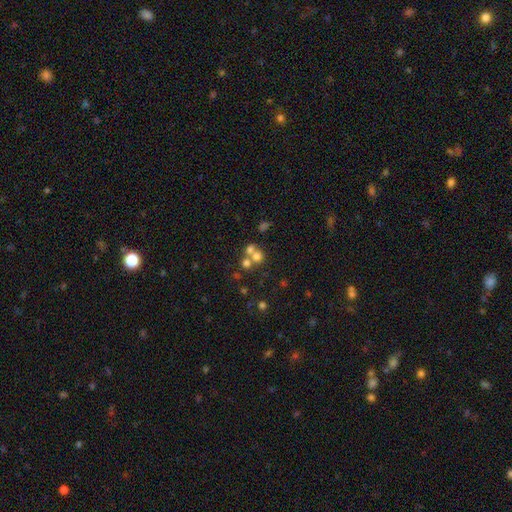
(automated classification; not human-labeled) A smooth galaxy with no disk features (63%) that is round (85%). Merging: merger (50%).